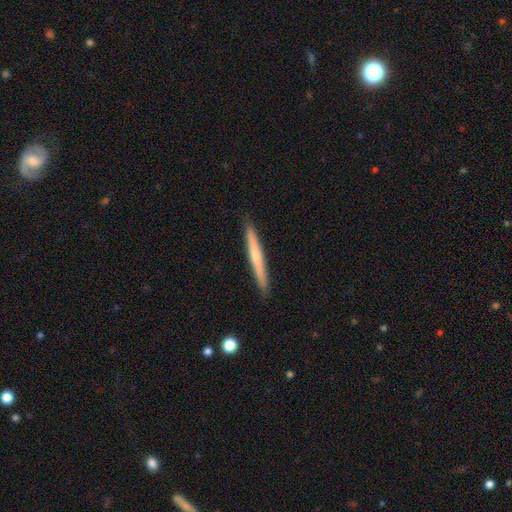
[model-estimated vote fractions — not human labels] The model was most divided on "smooth or featured": smooth: 51%, featured or disk: 44%, star or artifact: 6%. More confident: how rounded — cigar-shaped (96%); merging — none (91%).